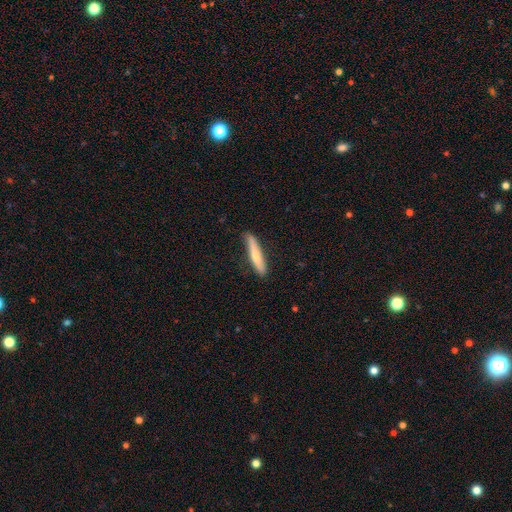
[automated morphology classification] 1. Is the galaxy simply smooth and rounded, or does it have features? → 67% smooth, 28% featured or disk, 5% star or artifact.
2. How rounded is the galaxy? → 91% cigar-shaped, 8% in between, 1% round.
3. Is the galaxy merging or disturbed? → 82% none, 14% minor disturbance, 2% major disturbance, 1% merger.